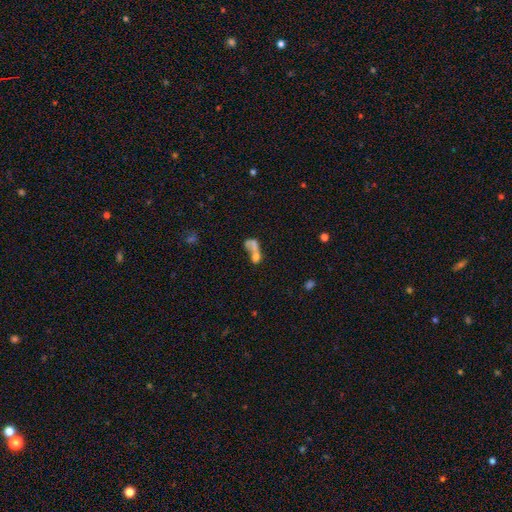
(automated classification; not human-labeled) This appears to be a smooth galaxy with no disk features (59%) that is in between round and cigar-shaped (62%). Merging: merger (61%).